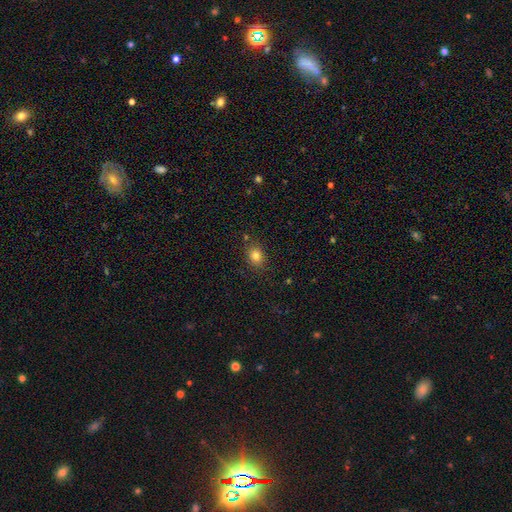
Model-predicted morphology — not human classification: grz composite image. It shows a smooth galaxy with no disk features (80%) that is in between round and cigar-shaped (51%). Merging: none (83%).